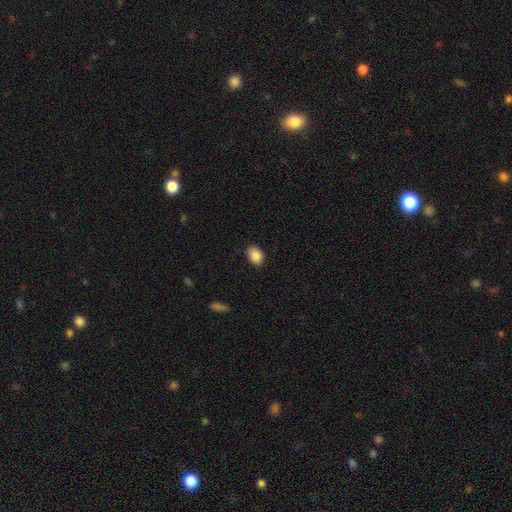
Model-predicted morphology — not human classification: Smooth or featured?
  - smooth: 87% *
  - star or artifact: 8%
  - featured or disk: 5%
How rounded?
  - in between: 79% *
  - round: 20%
  - cigar-shaped: 1%
Merging?
  - none: 84% *
  - minor disturbance: 13%
  - major disturbance: 2%
  - merger: 1%